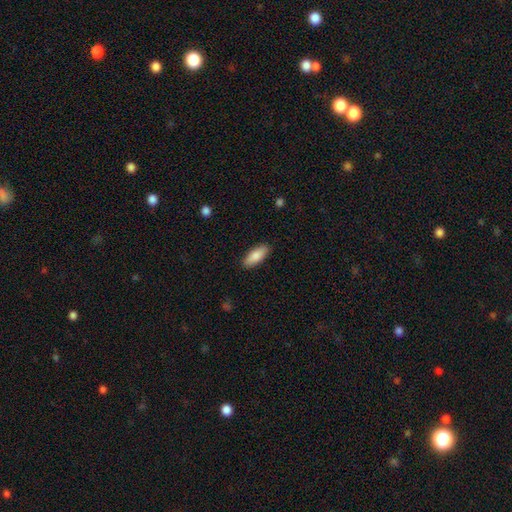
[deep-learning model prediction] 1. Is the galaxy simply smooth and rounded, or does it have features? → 85% smooth, 9% featured or disk, 6% star or artifact.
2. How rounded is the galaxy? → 77% in between, 21% cigar-shaped, 2% round.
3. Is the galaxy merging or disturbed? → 88% none, 9% minor disturbance, 2% major disturbance, 1% merger.